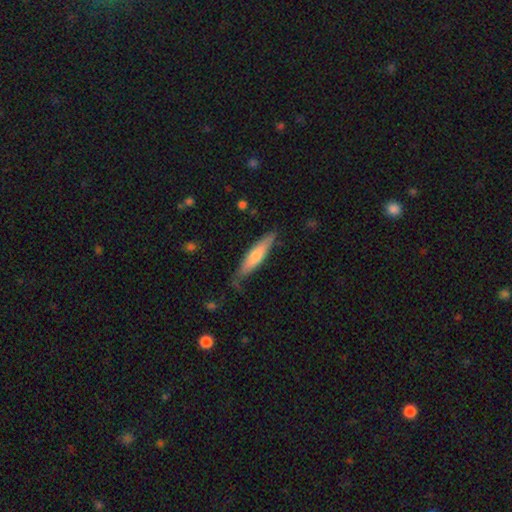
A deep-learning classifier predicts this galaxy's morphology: Smooth or featured: smooth — 61% (featured or disk — 33%)
How rounded: cigar-shaped — 81% (in between — 18%)
Merging: none — 72% (minor disturbance — 22%)